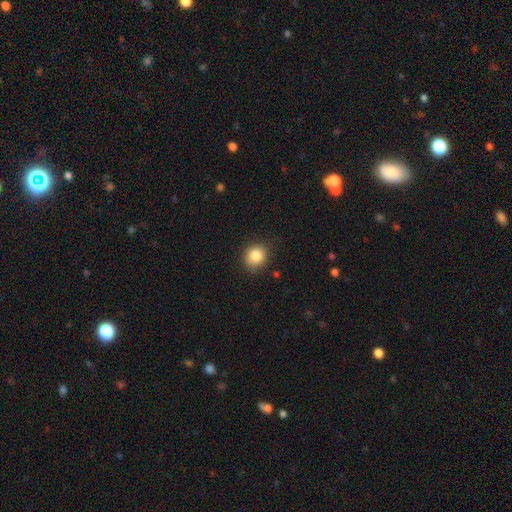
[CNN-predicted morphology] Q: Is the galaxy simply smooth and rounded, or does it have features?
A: smooth — 84%.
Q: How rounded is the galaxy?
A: round — 80%.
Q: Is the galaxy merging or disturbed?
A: none — 84%.